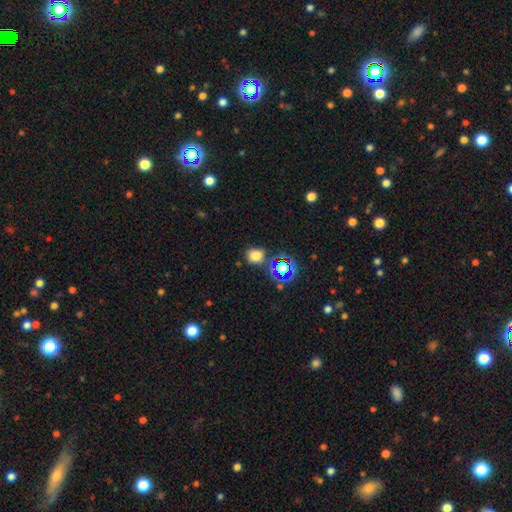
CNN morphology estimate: smooth-or-featured: smooth: 72% | star or artifact: 22% | featured or disk: 6%
  how-rounded: round: 69% | in between: 29% | cigar-shaped: 1%
  merging: none: 72% | minor disturbance: 15% | merger: 8% | major disturbance: 5%